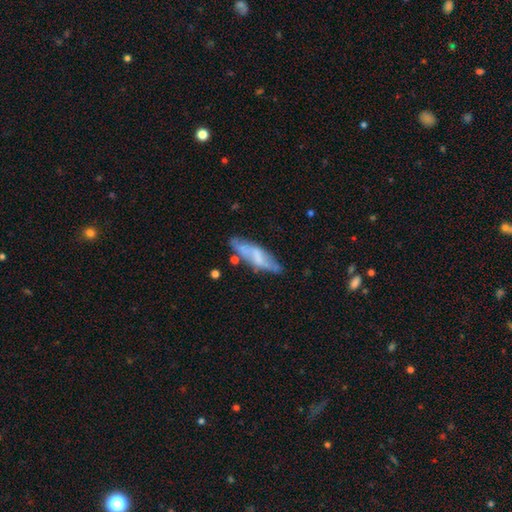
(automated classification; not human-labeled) The model was most divided on "smooth or featured": featured or disk: 47%, smooth: 45%, star or artifact: 8%. More confident: merging — none (60%).